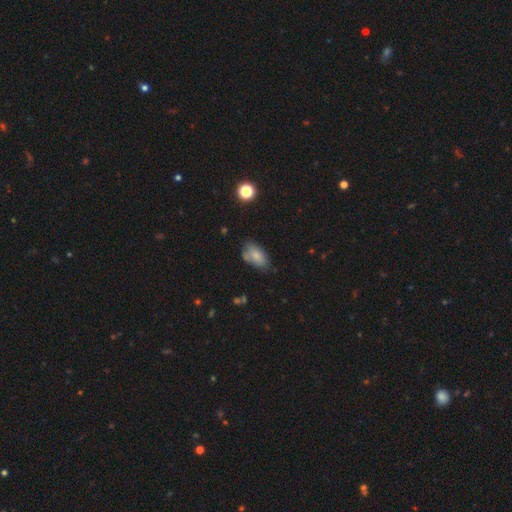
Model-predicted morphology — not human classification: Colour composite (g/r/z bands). It shows a smooth galaxy with no disk features (79%) that is in between round and cigar-shaped (91%). Merging: none (58%).